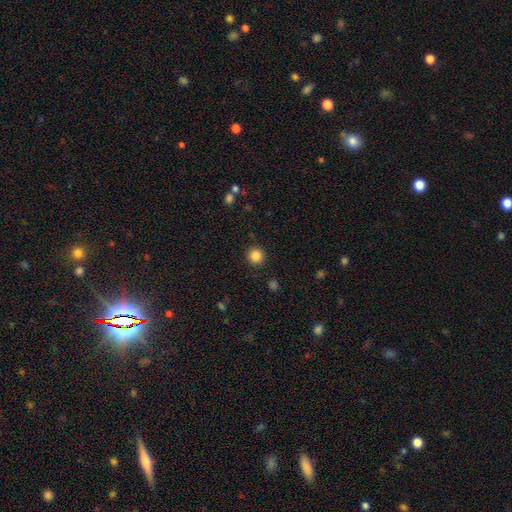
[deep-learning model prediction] A smooth galaxy with no disk features (85%) that is round (92%).

Vote fractions:
- Smooth or featured? smooth: 85% / star or artifact: 11% / featured or disk: 4%
- How rounded? round: 92% / in between: 7% / cigar-shaped: 1%
- Merging? none: 91% / minor disturbance: 6% / major disturbance: 2% / merger: 1%